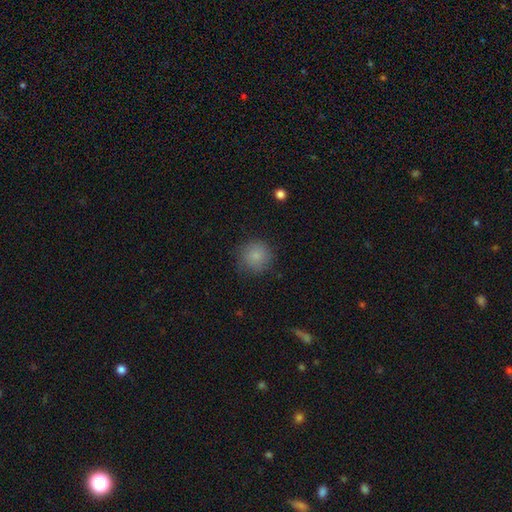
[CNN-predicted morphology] type=smooth (85%); roundness=round (92%); merging=none (82%).